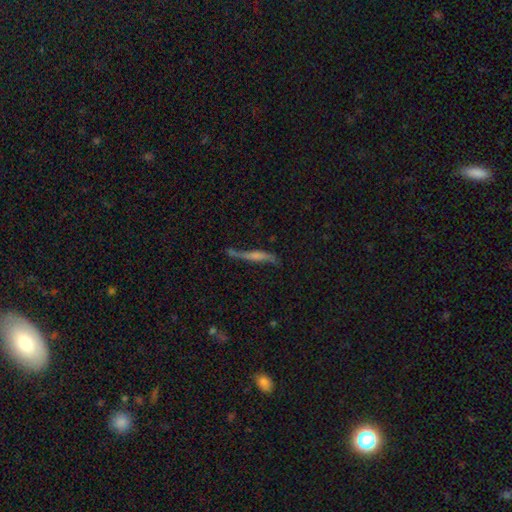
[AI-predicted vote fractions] Smooth or featured? Predicted: featured or disk (p=0.62). Edge-on disk? Predicted: yes (p=0.74). Merging? Predicted: none (p=0.56).